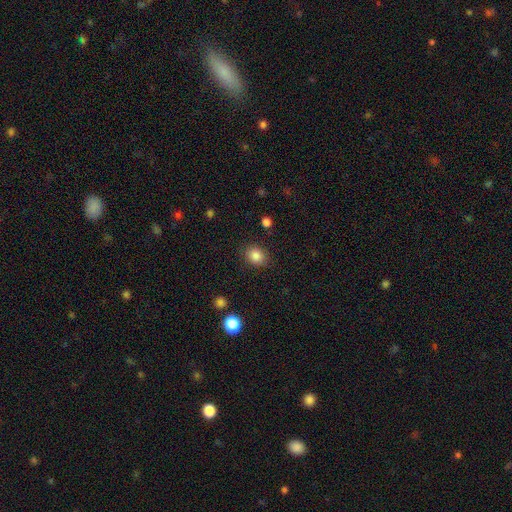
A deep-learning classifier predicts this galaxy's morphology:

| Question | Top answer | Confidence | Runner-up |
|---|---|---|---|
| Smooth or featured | smooth | 85% | star or artifact (10%) |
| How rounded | round | 62% | in between (37%) |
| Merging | none | 87% | minor disturbance (9%) |